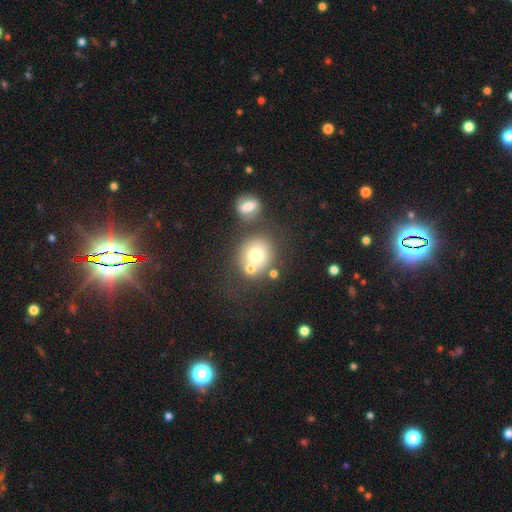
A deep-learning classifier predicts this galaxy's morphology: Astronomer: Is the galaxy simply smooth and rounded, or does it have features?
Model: smooth — 70%.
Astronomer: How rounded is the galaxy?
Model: round — 81%.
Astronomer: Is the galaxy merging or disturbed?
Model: none — 55%.